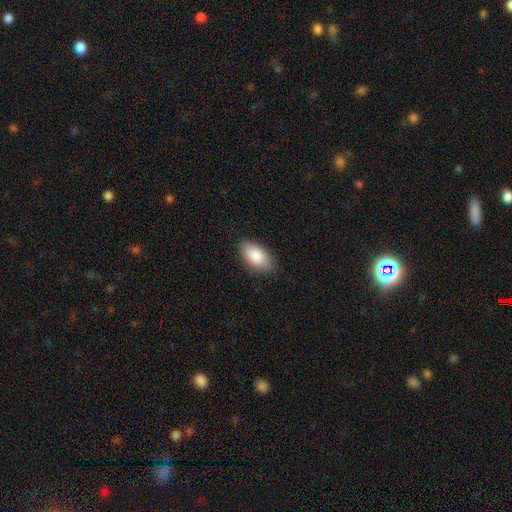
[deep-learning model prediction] Overall: smooth (87%). How rounded: in between (94%). Merging: none (81%).